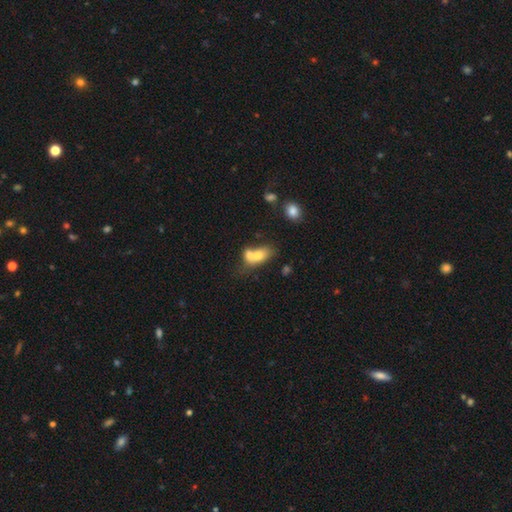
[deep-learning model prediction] Smooth or featured: smooth — 70% (featured or disk — 21%)
How rounded: in between — 76% (round — 19%)
Merging: merger — 66% (none — 20%)